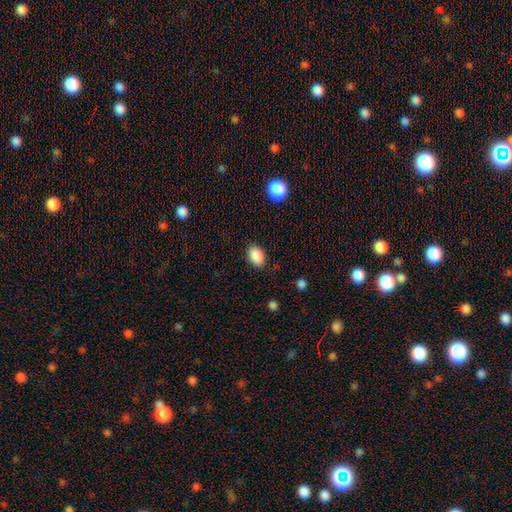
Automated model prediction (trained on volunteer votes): This appears to be a smooth galaxy with no disk features (88%) that is in between round and cigar-shaped (75%). Merging: none (87%).